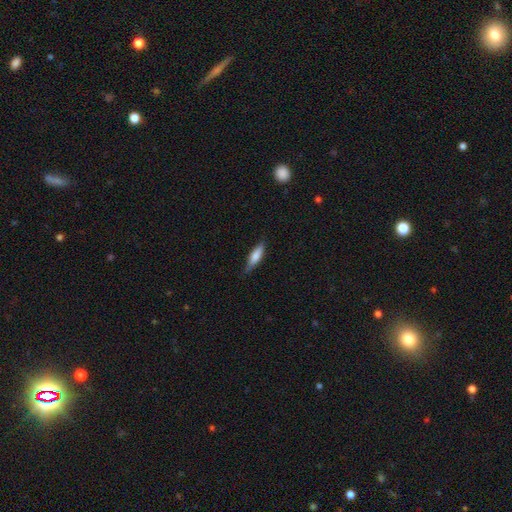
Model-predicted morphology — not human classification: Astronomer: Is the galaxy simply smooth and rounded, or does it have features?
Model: smooth — 71%.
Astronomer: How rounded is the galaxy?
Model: cigar-shaped — 60% (runner-up: in between, 38%).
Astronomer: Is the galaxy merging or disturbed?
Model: none — 75%.